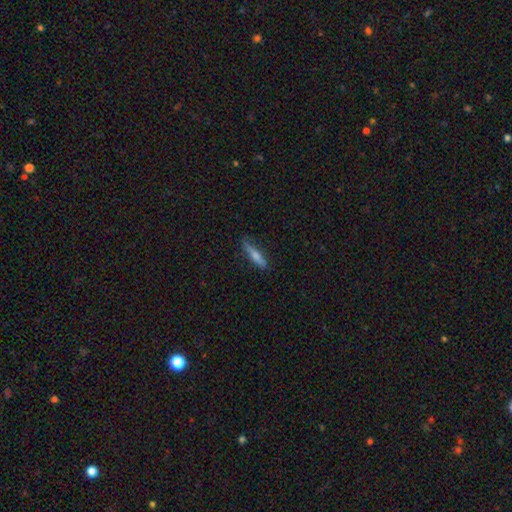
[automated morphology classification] A smooth galaxy with no disk features (58%) that is cigar-shaped (85%).

Vote fractions:
- Smooth or featured? smooth: 58% / featured or disk: 35% / star or artifact: 7%
- How rounded? cigar-shaped: 85% / in between: 13% / round: 2%
- Merging? none: 82% / minor disturbance: 15% / major disturbance: 2% / merger: 1%